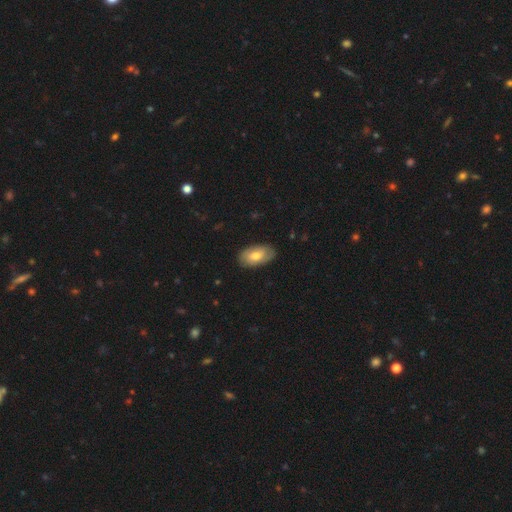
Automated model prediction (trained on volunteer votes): A smooth galaxy with no disk features (67%) that is in between round and cigar-shaped (94%). Merging: none (85%).